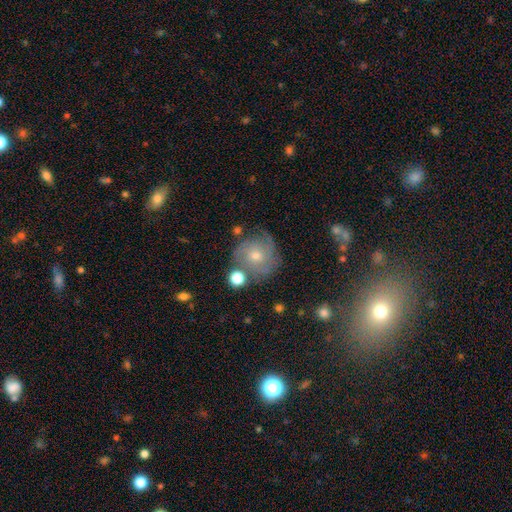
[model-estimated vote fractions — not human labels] This appears to be a featured or disk galaxy (64%) with no bar (80%), tight (60%) spiral arms (89%) and a small central bulge (51%). Merging: none (70%).